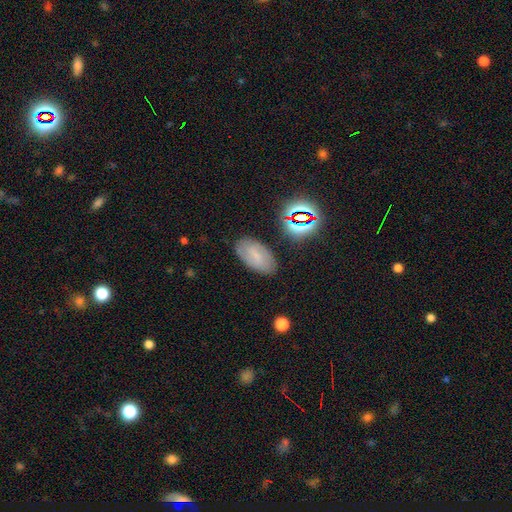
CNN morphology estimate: A smooth galaxy with no disk features (47%).

Vote fractions:
- Smooth or featured? smooth: 47% / featured or disk: 38% / star or artifact: 15%
- Merging? none: 81% / minor disturbance: 13% / major disturbance: 4% / merger: 2%